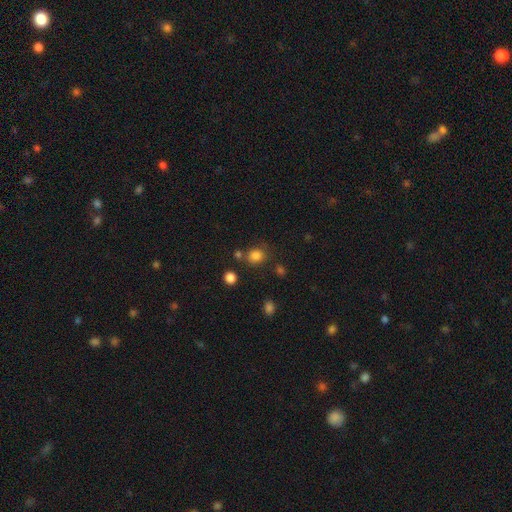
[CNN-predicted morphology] This is clearly a smooth galaxy (82%). How rounded: likely round (72%). Merging: likely none (72%).